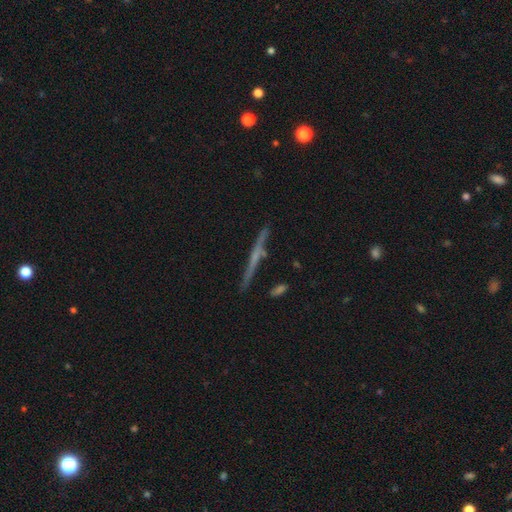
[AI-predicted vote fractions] This appears to be a featured or disk galaxy (62%) viewed edge-on (96%) with no central bulge (67%). Merging: none (82%).